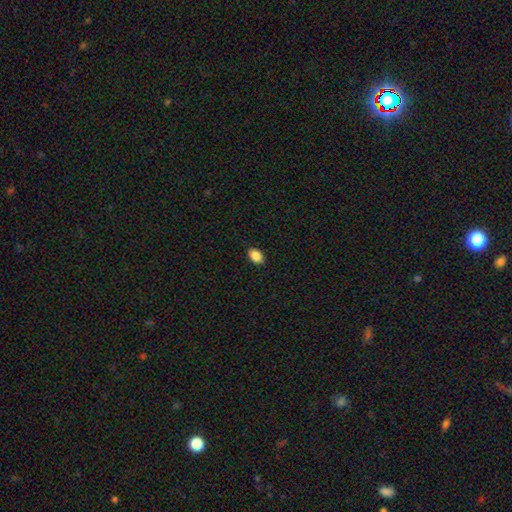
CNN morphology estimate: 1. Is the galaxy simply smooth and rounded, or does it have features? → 88% smooth, 8% star or artifact, 4% featured or disk.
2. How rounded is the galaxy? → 87% in between, 11% round, 1% cigar-shaped.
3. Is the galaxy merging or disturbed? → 89% none, 8% minor disturbance, 2% major disturbance, 1% merger.